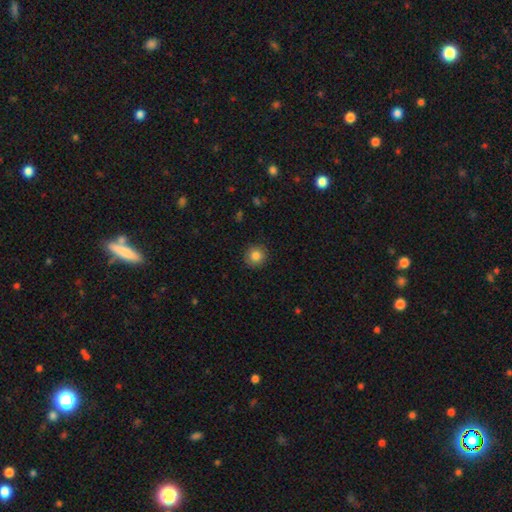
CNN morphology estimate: smooth-or-featured: smooth: 84% | star or artifact: 10% | featured or disk: 6%
  how-rounded: round: 93% | in between: 6% | cigar-shaped: 1%
  merging: none: 90% | minor disturbance: 7% | major disturbance: 2% | merger: 1%